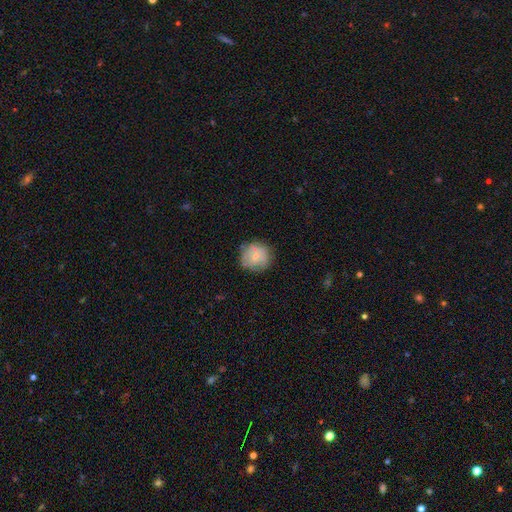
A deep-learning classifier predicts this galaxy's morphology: smooth-or-featured: smooth: 63% | featured or disk: 28% | star or artifact: 9%
  how-rounded: round: 89% | in between: 10% | cigar-shaped: 1%
  merging: none: 74% | minor disturbance: 18% | major disturbance: 6% | merger: 2%